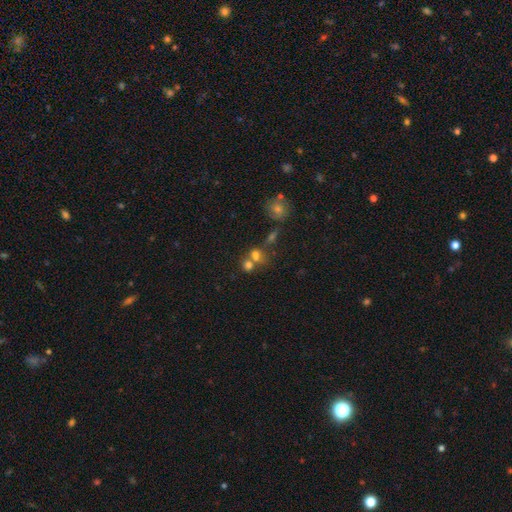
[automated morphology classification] smooth_or_featured: smooth (p=0.71) [alt: star or artifact p=0.16]
how_rounded: round (p=0.61) [alt: in between p=0.38]
merging: merger (p=0.50) [alt: none p=0.37]